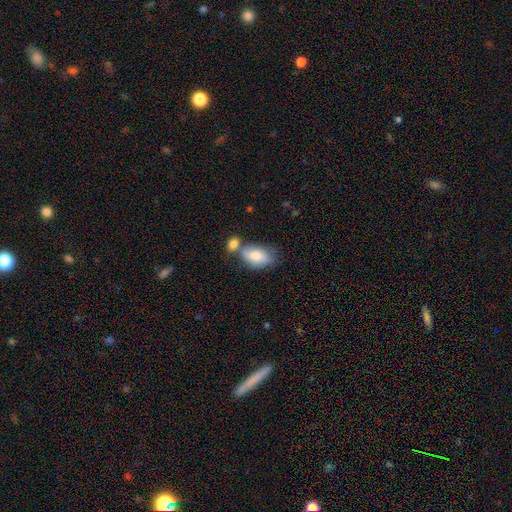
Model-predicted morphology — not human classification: Smooth or featured? smooth (78%)
How rounded? in between (91%)
Merging? none (40%)